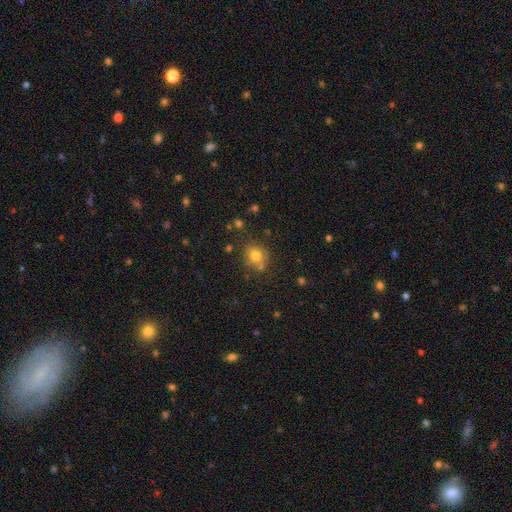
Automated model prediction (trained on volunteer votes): This is likely a smooth galaxy (74%). How rounded: likely round (70%). Merging: likely none (65%).